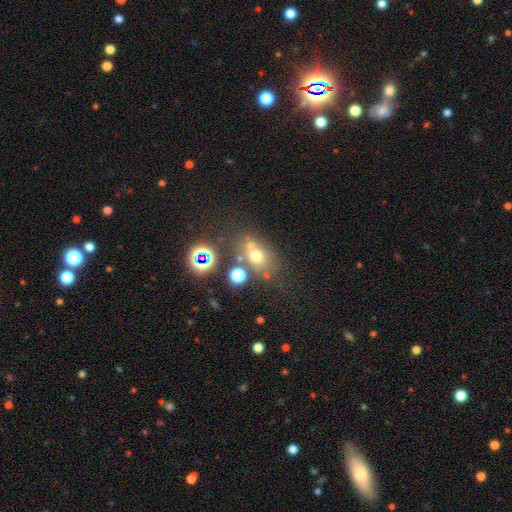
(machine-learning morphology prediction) Smooth or featured? smooth (59%)
How rounded? round (54%)
Merging? none (57%)